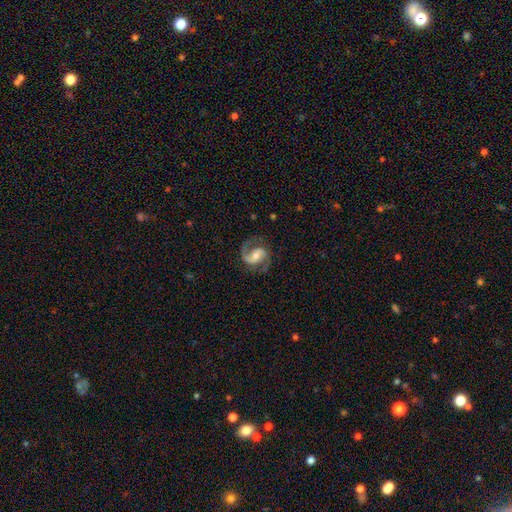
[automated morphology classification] A featured or disk galaxy (91%) with a weak bar (44%), 2 (90%) medium (61%) spiral arms (98%) and a moderate central bulge (54%).

Vote fractions:
- Smooth or featured? featured or disk: 91% / smooth: 5% / star or artifact: 4%
- Edge-on disk? no: 98% / yes: 2%
- Bar? weak: 44% / no: 33% / strong: 24%
- Spiral arms? yes: 98% / no: 2%
- Spiral winding? medium: 61% / loose: 21% / tight: 19%
- Spiral arm count? 2: 90% / 1: 5% / can't tell: 2% / 3: 1% / 4: 1% / more than 4: 1%
- Bulge size? moderate: 54% / small: 38% / large: 4% / none: 2% / dominant: 1%
- Merging? none: 79% / minor disturbance: 13% / major disturbance: 7% / merger: 1%